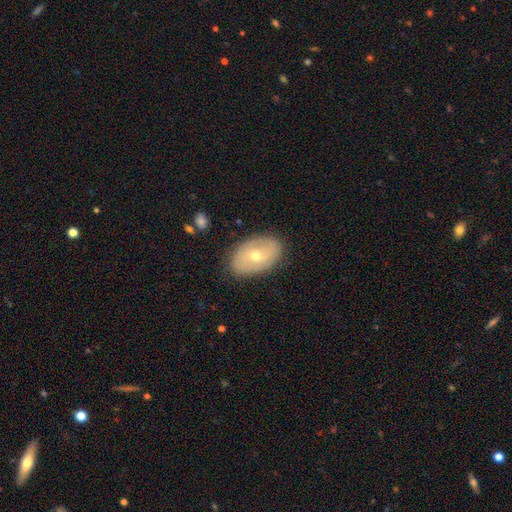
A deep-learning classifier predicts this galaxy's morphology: Q: Smooth or featured?
A: featured or disk (49%); runner-up: smooth (44%)
Q: Merging?
A: none (84%); runner-up: minor disturbance (12%)